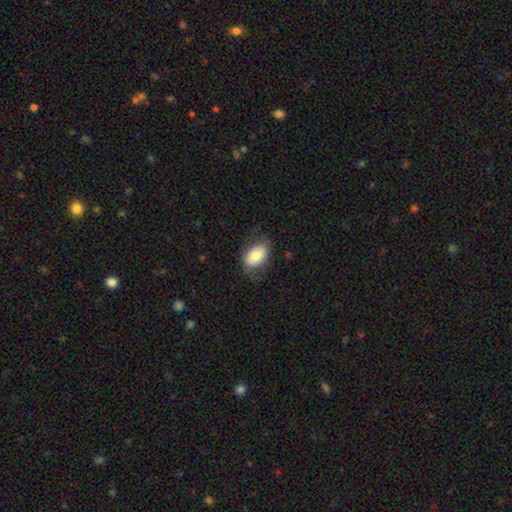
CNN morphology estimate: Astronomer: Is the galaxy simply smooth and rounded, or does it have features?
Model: smooth — 77%.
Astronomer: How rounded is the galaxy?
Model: in between — 88%.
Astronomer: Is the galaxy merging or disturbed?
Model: none — 69%.